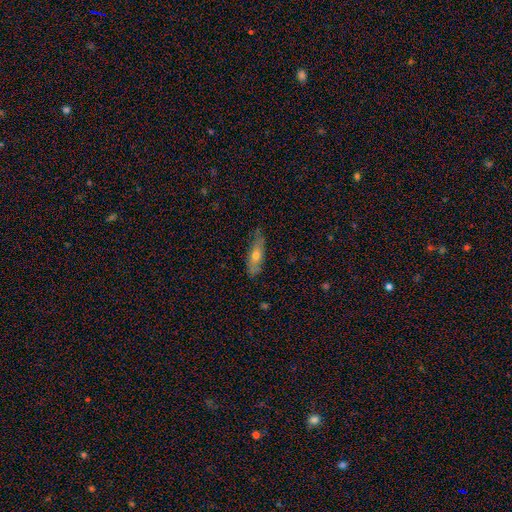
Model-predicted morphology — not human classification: A smooth galaxy with no disk features (57%) that is in between round and cigar-shaped (54%). Merging: none (70%).